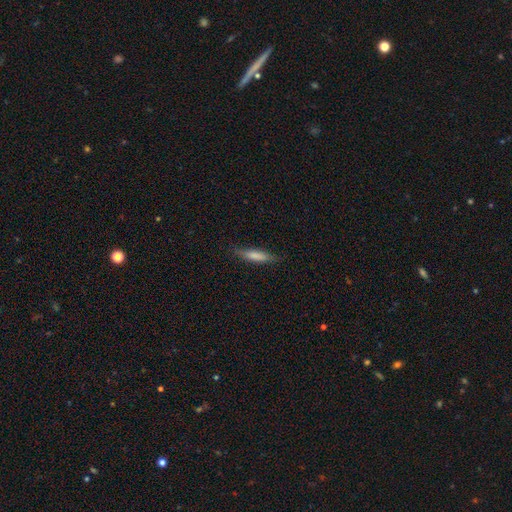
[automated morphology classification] The model was most divided on "how rounded": cigar-shaped: 79%, in between: 20%, round: 1%. More confident: merging — none (83%); smooth or featured — smooth (77%).